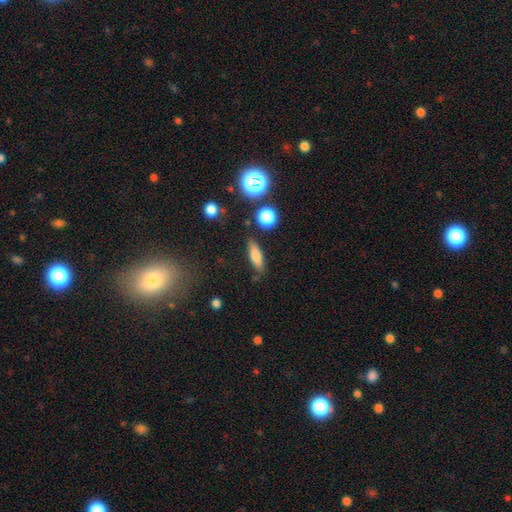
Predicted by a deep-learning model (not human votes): Smooth or featured: smooth — 72% (featured or disk — 17%)
How rounded: cigar-shaped — 52% (in between — 43%)
Merging: none — 82% (minor disturbance — 12%)